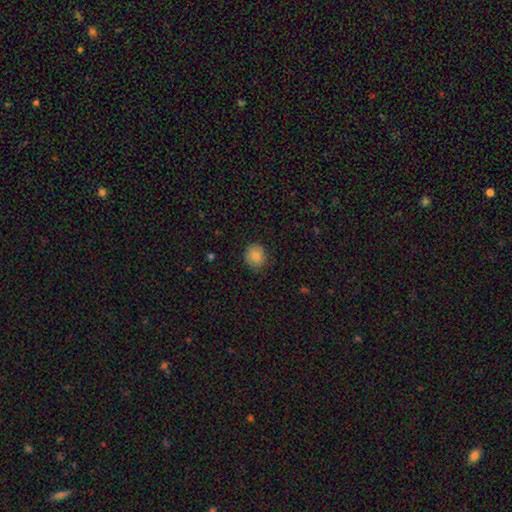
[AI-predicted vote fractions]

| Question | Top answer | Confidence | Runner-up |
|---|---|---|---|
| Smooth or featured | smooth | 84% | star or artifact (9%) |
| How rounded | round | 81% | in between (18%) |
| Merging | none | 80% | minor disturbance (16%) |